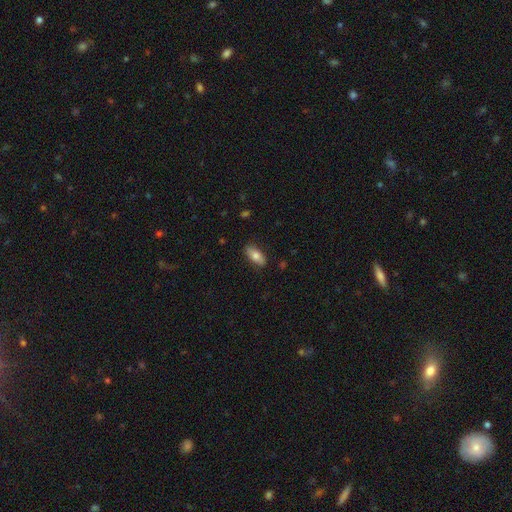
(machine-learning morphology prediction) smooth-or-featured: smooth: 74% | featured or disk: 19% | star or artifact: 6%
  how-rounded: in between: 79% | cigar-shaped: 18% | round: 3%
  merging: none: 86% | minor disturbance: 11% | major disturbance: 2% | merger: 1%